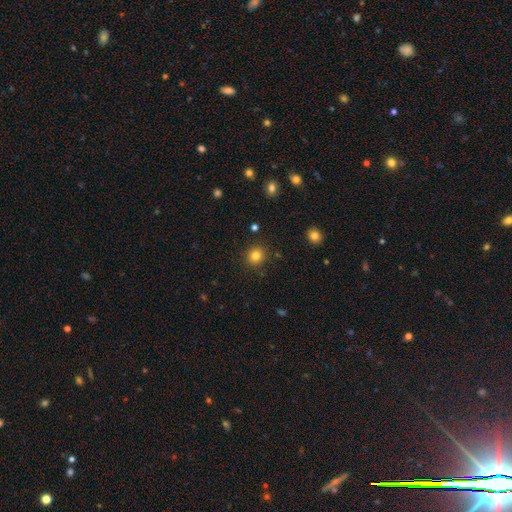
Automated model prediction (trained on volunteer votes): smooth-or-featured: smooth: 82% | star or artifact: 12% | featured or disk: 6%
  how-rounded: round: 87% | in between: 12% | cigar-shaped: 1%
  merging: none: 90% | minor disturbance: 6% | major disturbance: 2% | merger: 2%